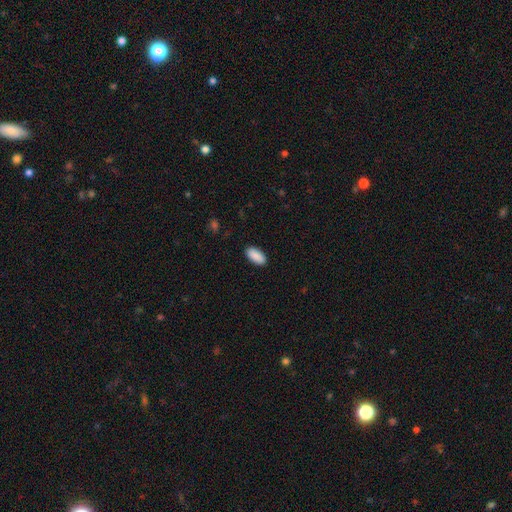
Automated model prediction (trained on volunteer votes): smooth 91%, star or artifact 6%, featured or disk 3%. Down the decision tree: how rounded — in between (92%); merging — none (90%).